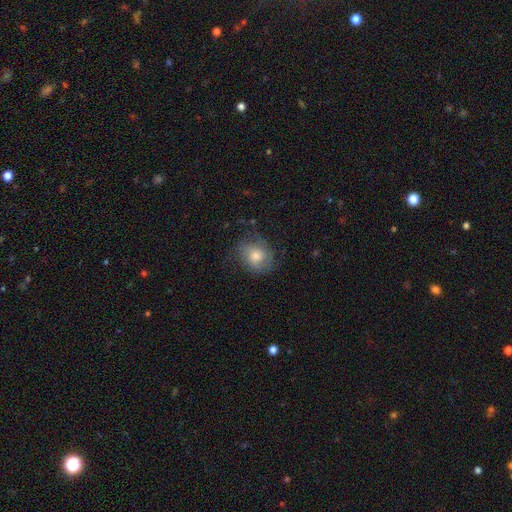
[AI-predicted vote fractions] A smooth galaxy with no disk features (55%) that is round (66%).

Vote fractions:
- Smooth or featured? smooth: 55% / featured or disk: 35% / star or artifact: 10%
- How rounded? round: 66% / in between: 33% / cigar-shaped: 1%
- Merging? none: 61% / minor disturbance: 24% / major disturbance: 14% / merger: 1%